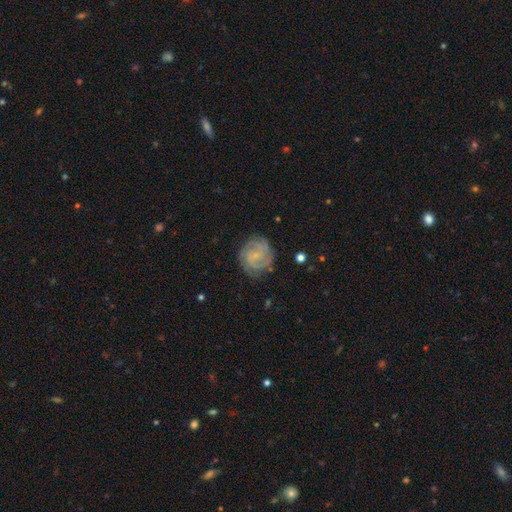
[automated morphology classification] smooth-or-featured: featured or disk: 78% | smooth: 16% | star or artifact: 6%
  disk-edge-on: no: 98% | yes: 2%
    bar: no: 53% | weak: 40% | strong: 7%
    has-spiral-arms: yes: 95% | no: 5%
      spiral-winding: tight: 57% | medium: 34% | loose: 8%
      spiral-arm-count: 2: 38% | 3: 24% | can't tell: 22% | 4: 7% | 1: 5% | more than 4: 5%
    bulge-size: small: 67% | none: 21% | moderate: 11% | large: 1% | dominant: 1%
  merging: none: 79% | minor disturbance: 14% | major disturbance: 5% | merger: 1%